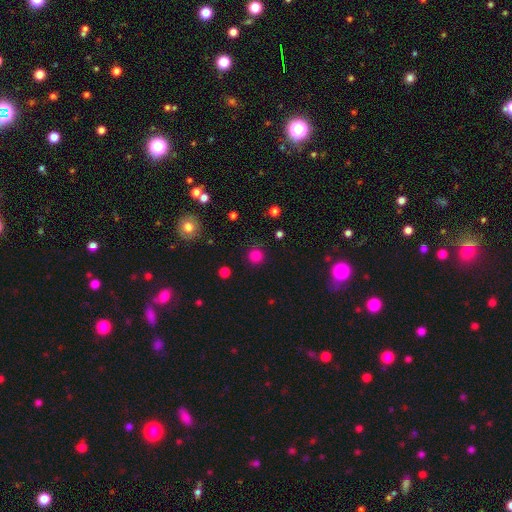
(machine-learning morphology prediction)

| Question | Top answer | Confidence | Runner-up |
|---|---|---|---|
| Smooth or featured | smooth | 81% | star or artifact (16%) |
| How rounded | round | 94% | in between (5%) |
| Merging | none | 87% | minor disturbance (8%) |